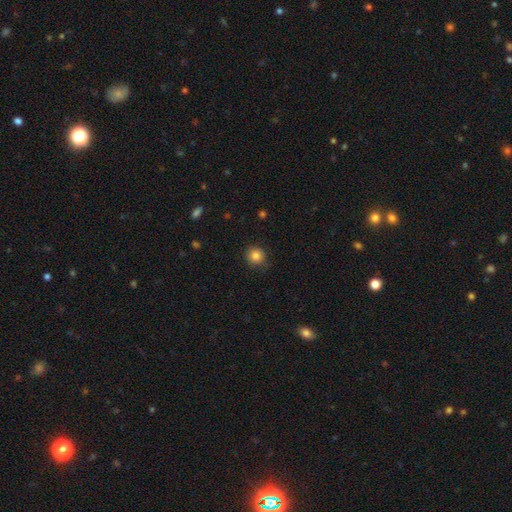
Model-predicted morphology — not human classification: A smooth galaxy with no disk features (83%) that is round (92%).

Vote fractions:
- Smooth or featured? smooth: 83% / star or artifact: 11% / featured or disk: 6%
- How rounded? round: 92% / in between: 7% / cigar-shaped: 1%
- Merging? none: 85% / minor disturbance: 11% / major disturbance: 2% / merger: 1%